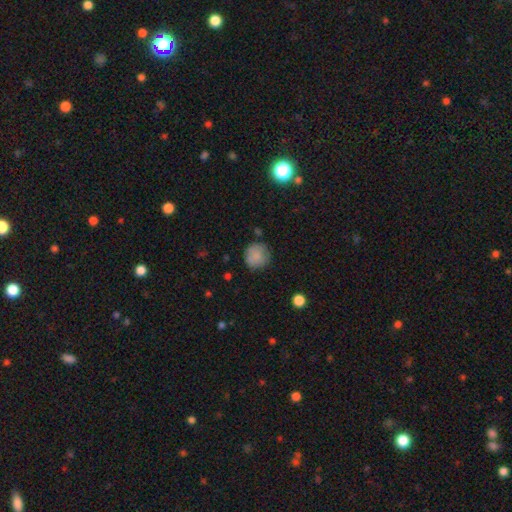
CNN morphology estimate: The model was most divided on "merging": none: 76%, minor disturbance: 17%, major disturbance: 5%, merger: 2%. More confident: how rounded — round (91%); smooth or featured — smooth (82%).